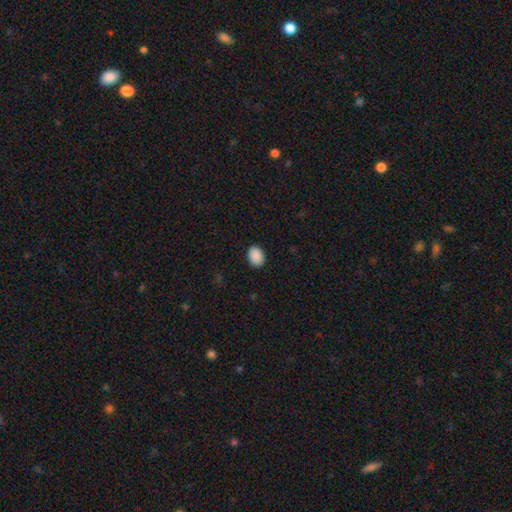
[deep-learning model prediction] A smooth galaxy with no disk features (90%) that is in between round and cigar-shaped (73%). Merging: none (90%).